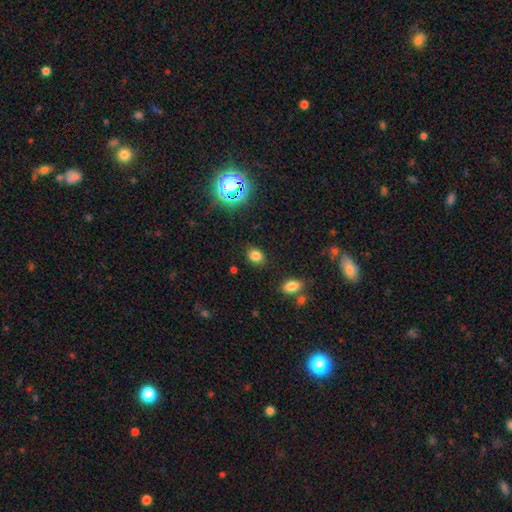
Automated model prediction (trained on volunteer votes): Smooth or featured? Predicted: smooth (p=0.79). How rounded? Predicted: in between (p=0.63). Merging? Predicted: none (p=0.85).